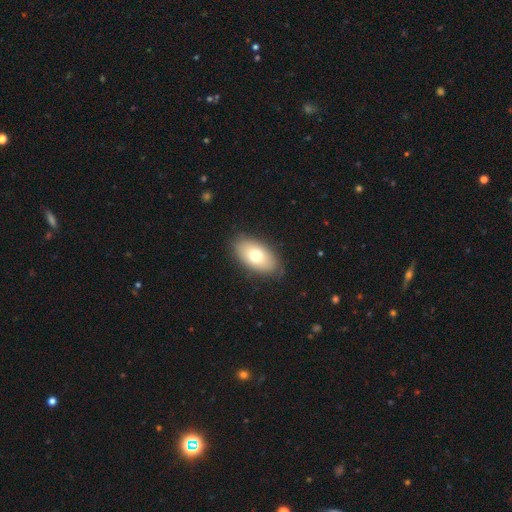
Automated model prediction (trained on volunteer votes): Morphology: type=smooth (71%); roundness=in between (93%); merging=none (82%).